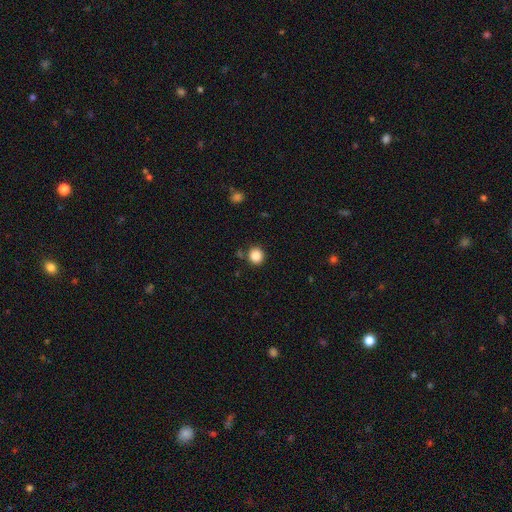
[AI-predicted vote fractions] Overall: smooth (87%). How rounded: round (90%). Merging: none (85%).